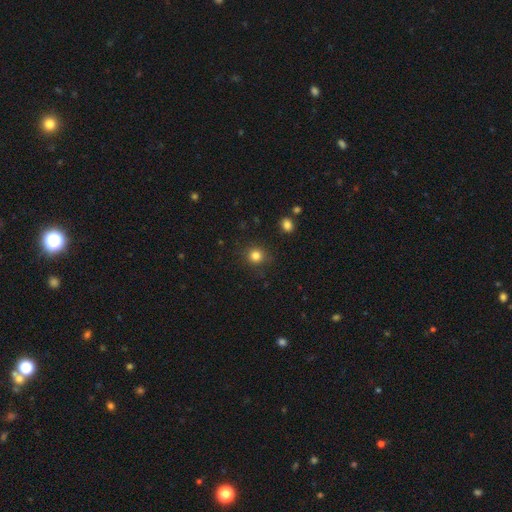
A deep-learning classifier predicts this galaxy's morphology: Smooth or featured? smooth (82%)
How rounded? round (89%)
Merging? none (85%)